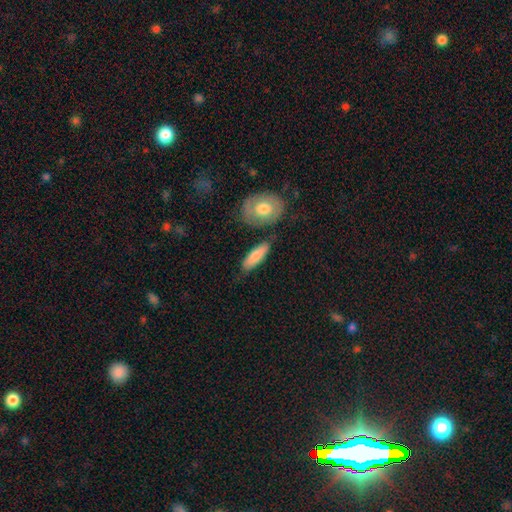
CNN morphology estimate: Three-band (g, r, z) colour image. It shows a smooth galaxy with no disk features (78%) that is in between round and cigar-shaped (50%). Merging: none (74%).